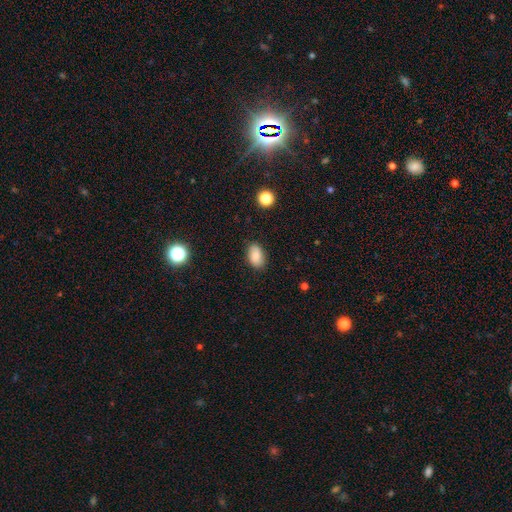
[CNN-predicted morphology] The model was most divided on "merging": none: 84%, minor disturbance: 12%, major disturbance: 3%, merger: 1%. More confident: how rounded — in between (90%); smooth or featured — smooth (83%).